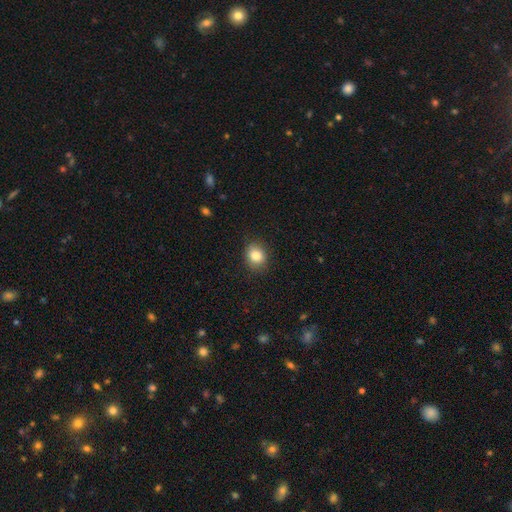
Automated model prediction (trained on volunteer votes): A smooth galaxy with no disk features (84%) that is round (58%). Merging: none (87%).